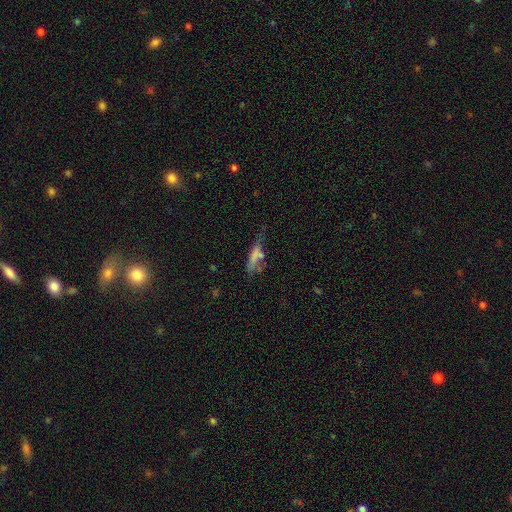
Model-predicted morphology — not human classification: Smooth or featured?
  - smooth: 58% *
  - featured or disk: 30%
  - star or artifact: 12%
How rounded?
  - cigar-shaped: 55% *
  - in between: 41%
  - round: 3%
Merging?
  - none: 33% *
  - minor disturbance: 28%
  - major disturbance: 26%
  - merger: 14%